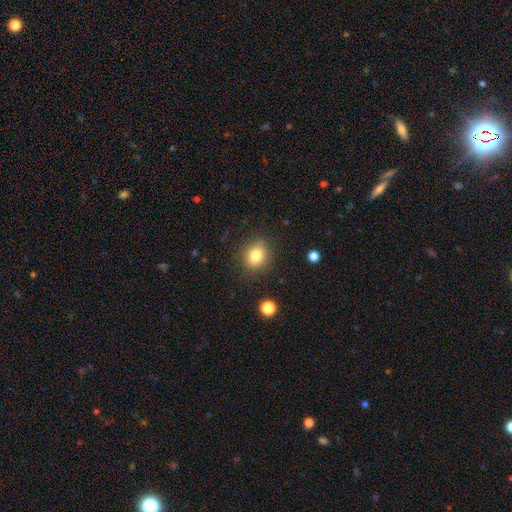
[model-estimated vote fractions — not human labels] Overall: smooth (81%). How rounded: round (68%; in between 31%). Merging: none (84%).